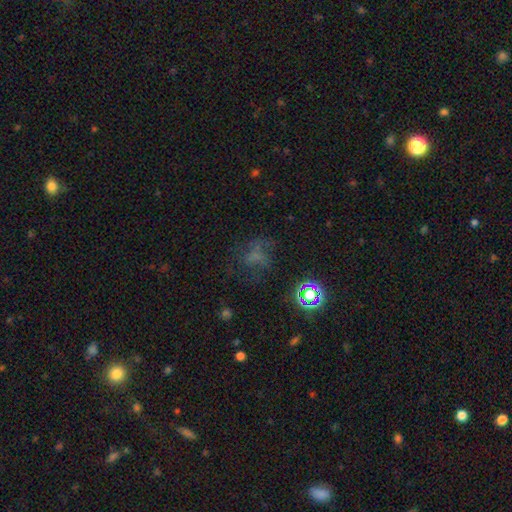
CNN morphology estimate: Smooth or featured: star or artifact — 38% (smooth — 36%)